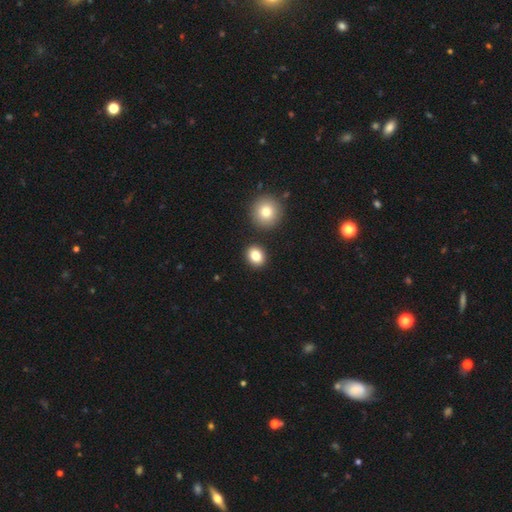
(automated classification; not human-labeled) Morphology: type=smooth (83%); roundness=round (59%); merging=none (86%).